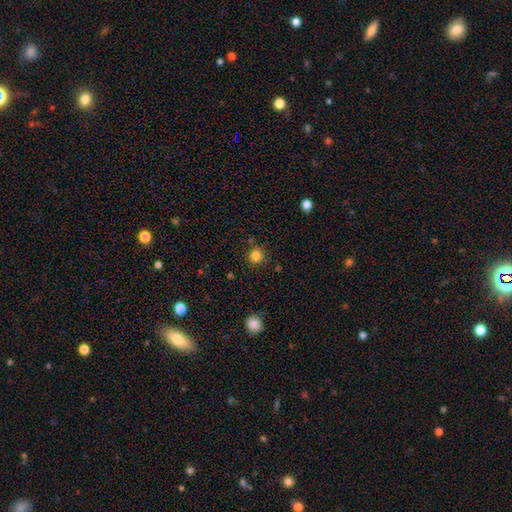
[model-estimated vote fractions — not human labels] smooth 83%, star or artifact 12%, featured or disk 4%. Down the decision tree: how rounded — round (90%); merging — none (85%).